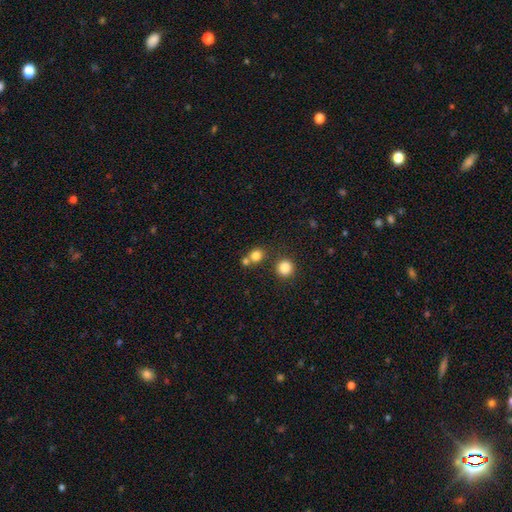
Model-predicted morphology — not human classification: A smooth galaxy with no disk features (78%) that is round (79%).

Vote fractions:
- Smooth or featured? smooth: 78% / star or artifact: 14% / featured or disk: 8%
- How rounded? round: 79% / in between: 20% / cigar-shaped: 1%
- Merging? none: 58% / merger: 31% / minor disturbance: 8% / major disturbance: 3%